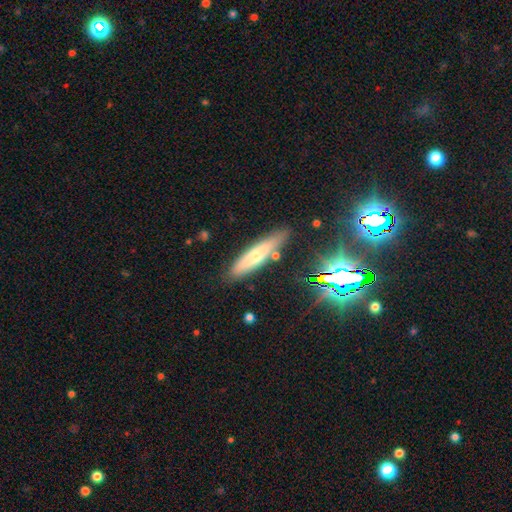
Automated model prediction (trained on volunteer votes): smooth_or_featured: smooth (p=0.57) [alt: featured or disk p=0.34]
how_rounded: cigar-shaped (p=0.80) [alt: in between p=0.18]
merging: none (p=0.81) [alt: minor disturbance p=0.12]